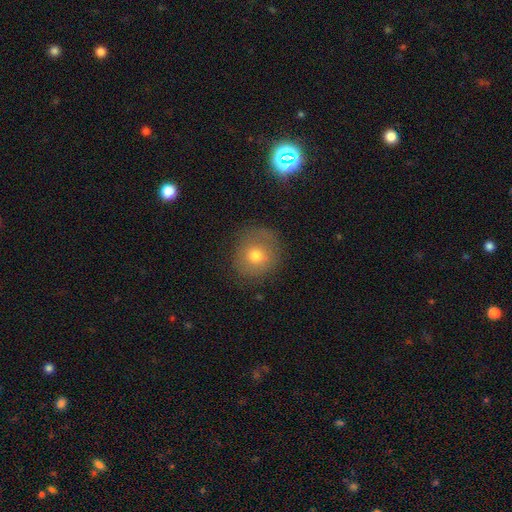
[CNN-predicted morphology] Smooth or featured: smooth — 68% (featured or disk — 22%)
How rounded: round — 87% (in between — 12%)
Merging: none — 76% (minor disturbance — 15%)